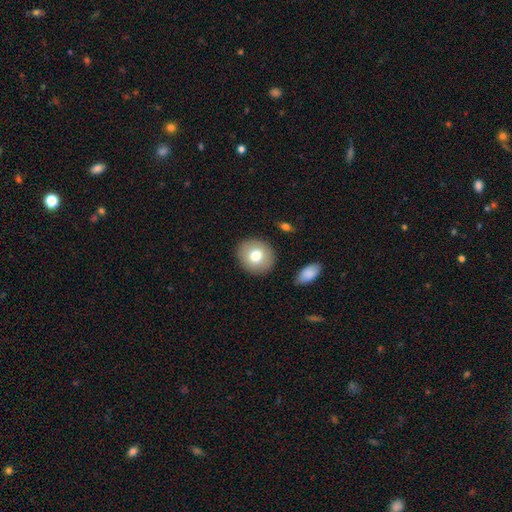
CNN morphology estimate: type=smooth (75%); roundness=round (80%); merging=none (88%).